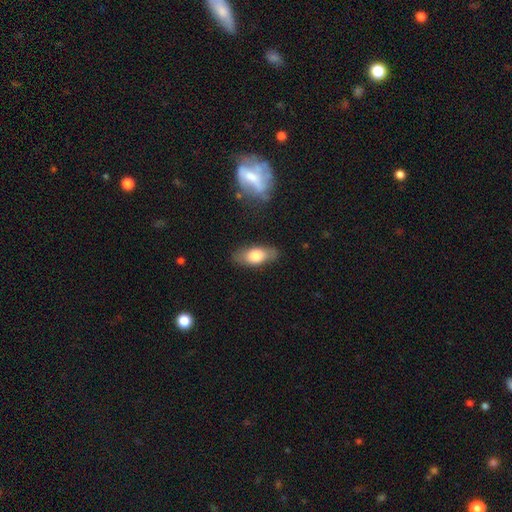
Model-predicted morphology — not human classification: This is likely a smooth galaxy (71%). How rounded: clearly in between (82%). Merging: likely none (79%).